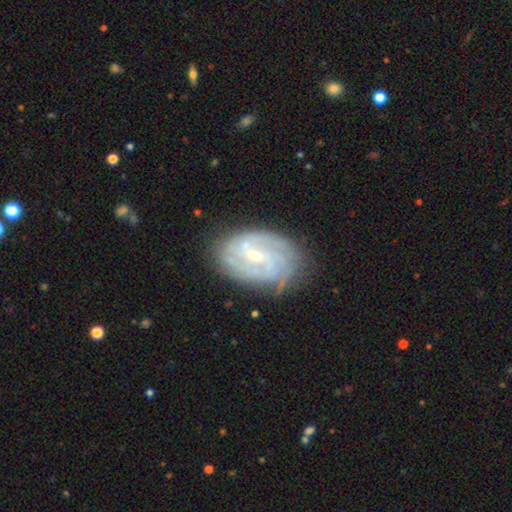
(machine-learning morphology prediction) This is clearly a featured or disk galaxy (85%). It is clearly not viewed edge-on (97%). Bar: possibly weak (54%). Spiral arm pattern: clearly yes (95%). Spiral arm count: marginally 2 (29%). Spiral winding: possibly tight (57%). Central bulge: likely small (65%). Merging: likely none (75%).